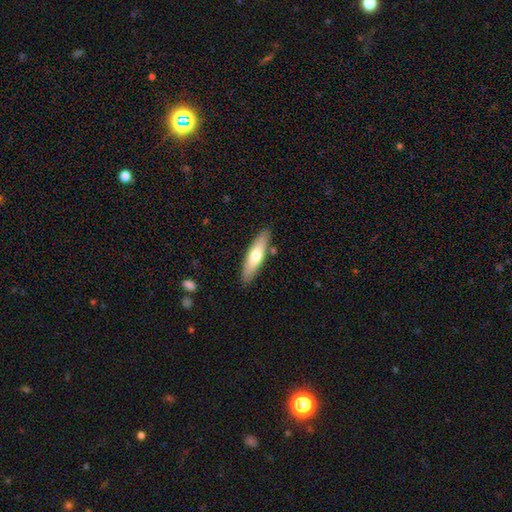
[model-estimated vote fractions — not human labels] Morphology: type=smooth (61%); roundness=cigar-shaped (67%); merging=none (86%).